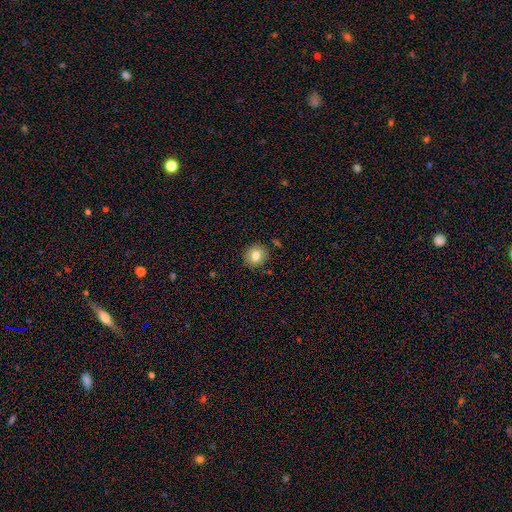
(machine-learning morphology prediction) A smooth galaxy with no disk features (81%) that is round (85%). Merging: none (87%).